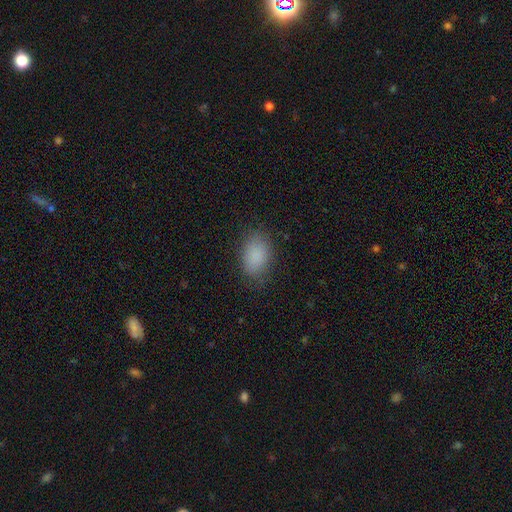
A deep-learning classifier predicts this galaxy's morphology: This is clearly a smooth galaxy (87%). How rounded: clearly in between (88%). Merging: likely none (79%).